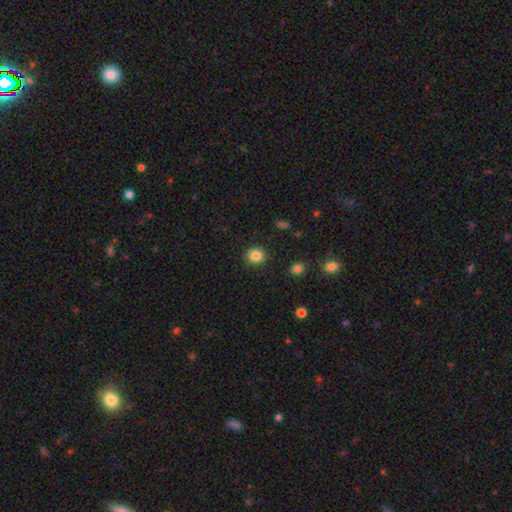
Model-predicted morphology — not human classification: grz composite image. It shows a smooth galaxy with no disk features (85%) that is round (87%). Merging: none (91%).